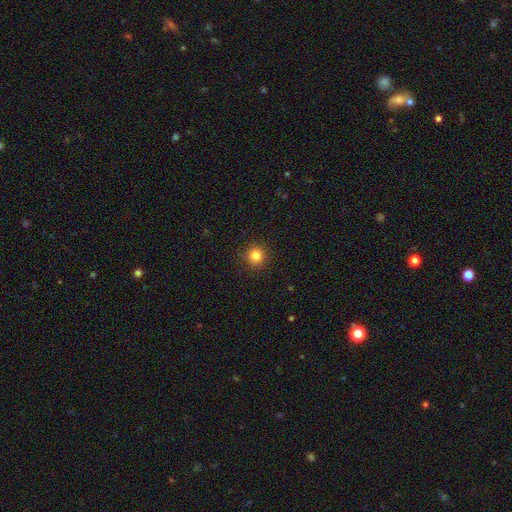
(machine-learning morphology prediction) A smooth galaxy with no disk features (83%) that is round (93%). Merging: none (91%).